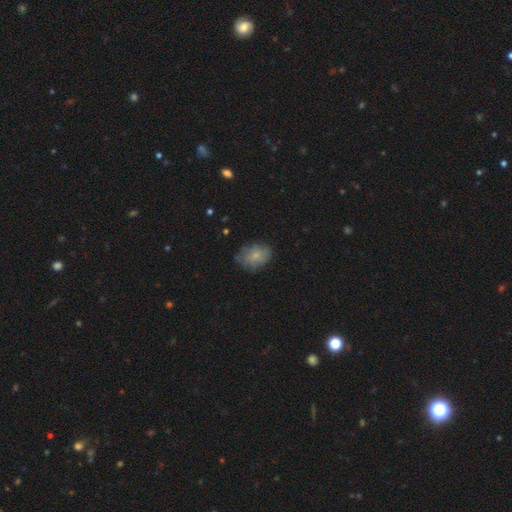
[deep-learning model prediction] Smooth or featured? Predicted: smooth (p=0.70). How rounded? Predicted: in between (p=0.73). Merging? Predicted: none (p=0.67).